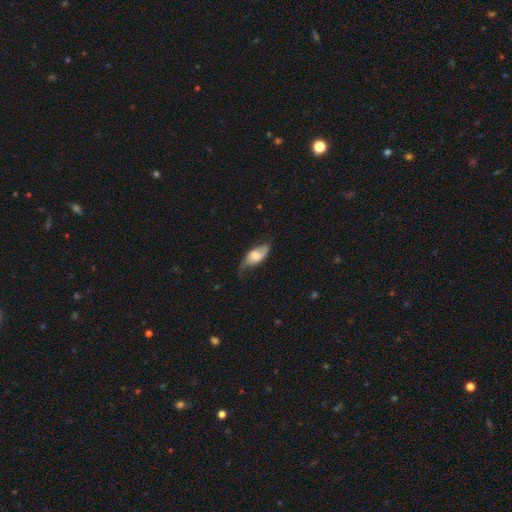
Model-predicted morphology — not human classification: smooth 49%, featured or disk 45%, star or artifact 7%. Down the decision tree: merging — none (48%).